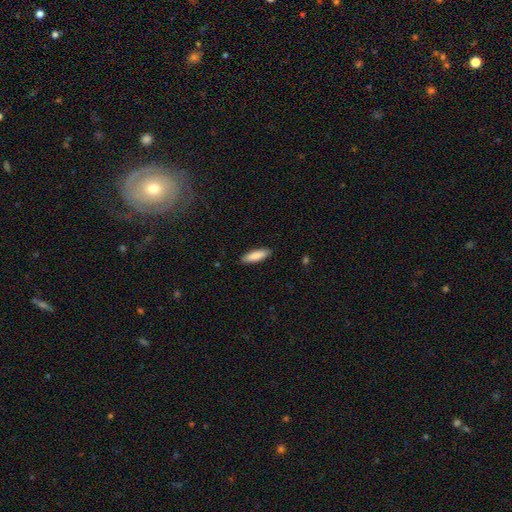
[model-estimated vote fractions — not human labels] Overall: smooth (87%). How rounded: cigar-shaped (55%; in between 43%). Merging: none (89%).